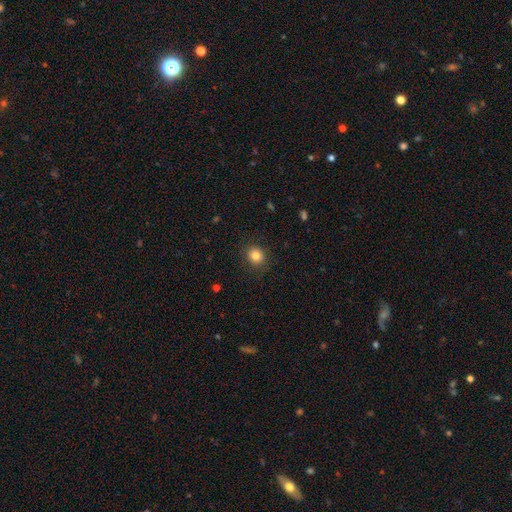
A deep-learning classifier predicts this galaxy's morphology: smooth_or_featured: smooth (p=0.83) [alt: star or artifact p=0.11]
how_rounded: round (p=0.82) [alt: in between p=0.17]
merging: none (p=0.89) [alt: minor disturbance p=0.08]